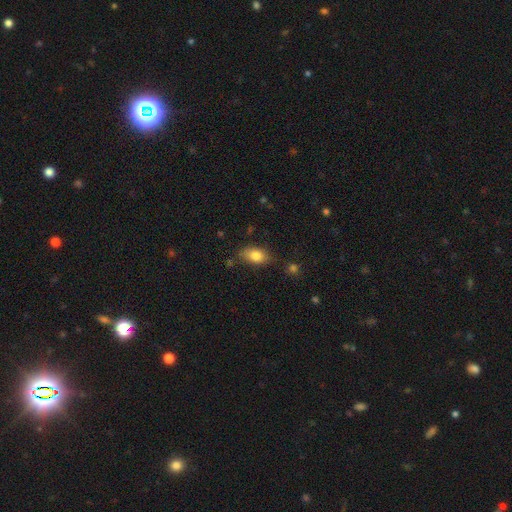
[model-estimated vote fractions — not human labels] Overall: smooth (82%). How rounded: in between (86%). Merging: none (72%).